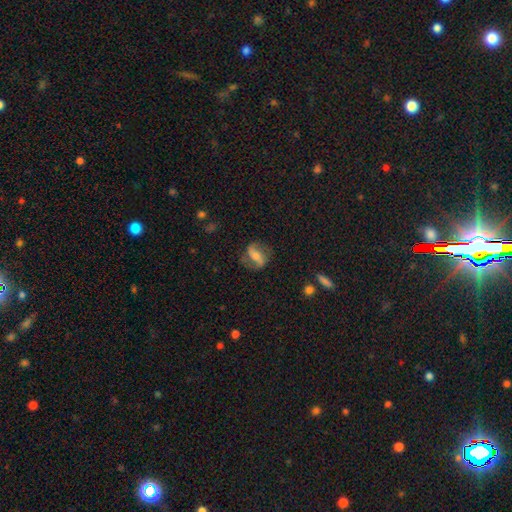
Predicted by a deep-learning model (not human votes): This is likely a featured or disk galaxy (63%). It is clearly not viewed edge-on (92%). Bar: possibly strong (55%). Spiral arm pattern: likely yes (80%). Central bulge: marginally small (42%). Merging: likely none (70%).